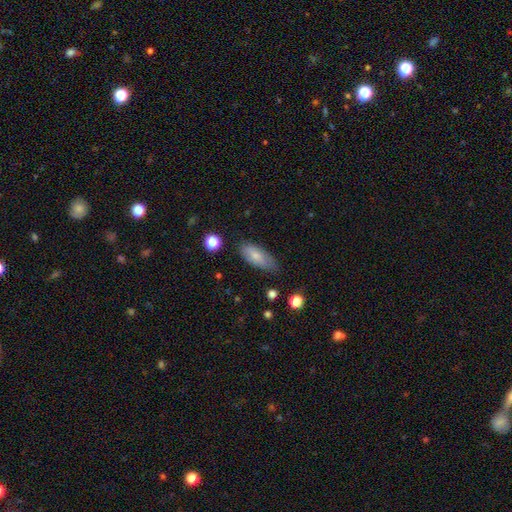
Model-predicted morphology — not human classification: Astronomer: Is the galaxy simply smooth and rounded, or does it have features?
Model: smooth — 74%.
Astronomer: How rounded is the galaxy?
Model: in between — 79%.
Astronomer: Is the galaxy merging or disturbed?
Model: none — 70%.